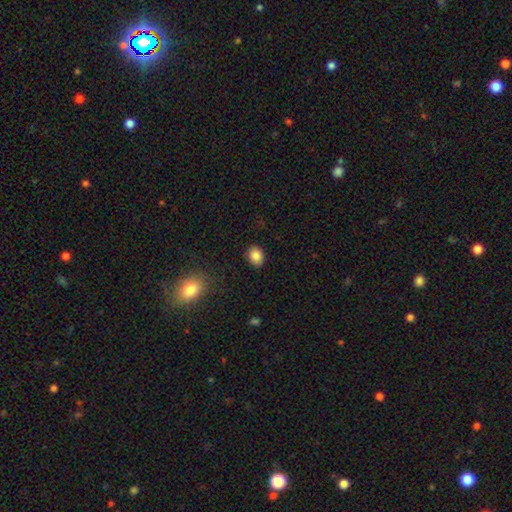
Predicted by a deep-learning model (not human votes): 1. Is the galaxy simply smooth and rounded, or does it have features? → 86% smooth, 10% star or artifact, 5% featured or disk.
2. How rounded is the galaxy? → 54% in between, 45% round, 1% cigar-shaped.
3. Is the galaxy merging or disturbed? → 87% none, 9% minor disturbance, 3% major disturbance, 1% merger.